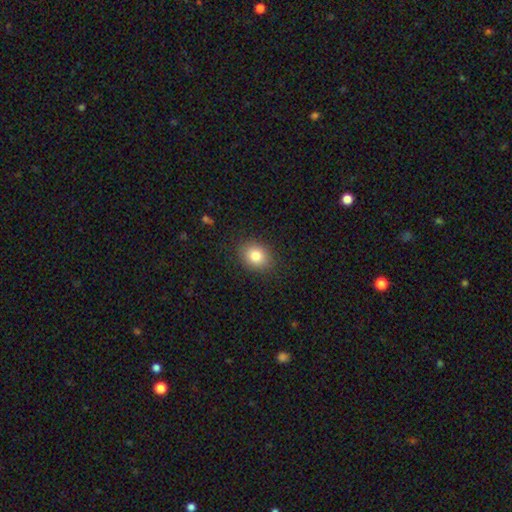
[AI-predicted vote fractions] Morphology: type=smooth (82%); roundness=in between (52%); merging=none (88%).